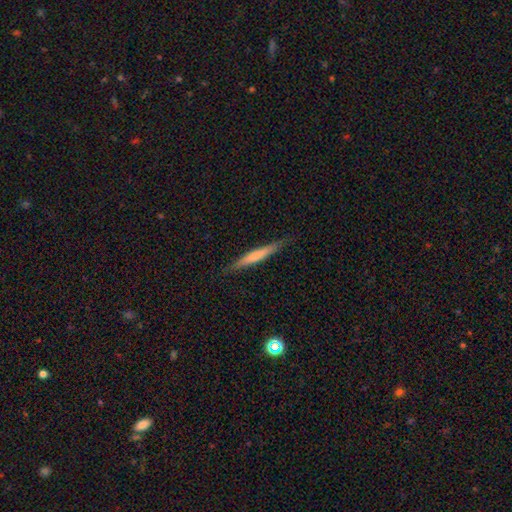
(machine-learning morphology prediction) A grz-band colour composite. It shows a smooth galaxy with no disk features (59%) that is cigar-shaped (95%). Merging: none (88%).